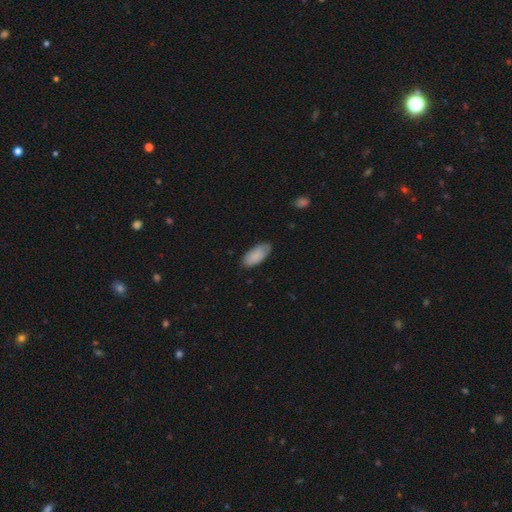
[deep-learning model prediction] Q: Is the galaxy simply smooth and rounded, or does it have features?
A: smooth — 86%.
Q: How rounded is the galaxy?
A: in between — 91%.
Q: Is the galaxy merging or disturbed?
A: none — 77%.